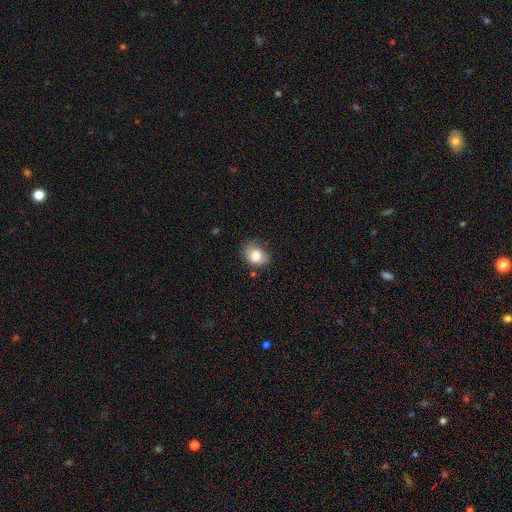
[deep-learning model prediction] A smooth galaxy with no disk features (79%) that is in between round and cigar-shaped (63%). Merging: none (53%).